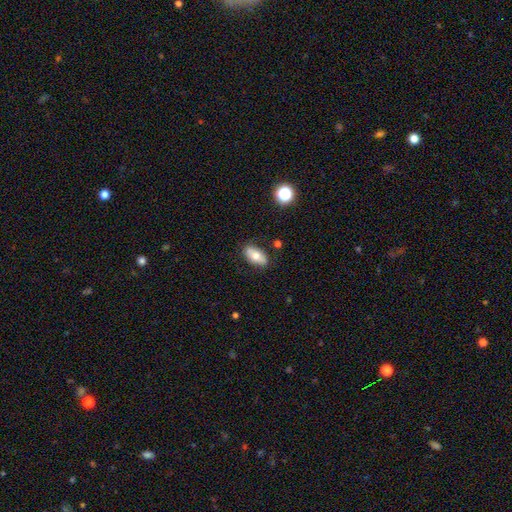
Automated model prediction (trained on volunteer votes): Morphology: type=smooth (69%); roundness=in between (88%); merging=none (83%).